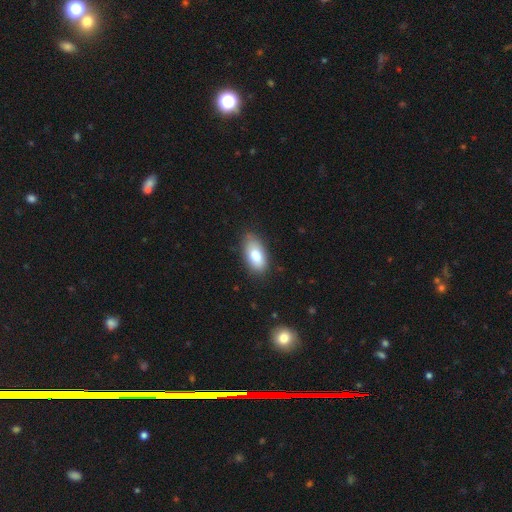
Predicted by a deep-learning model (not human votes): Q: Smooth or featured?
A: smooth (79%); runner-up: featured or disk (14%)
Q: How rounded?
A: in between (92%); runner-up: cigar-shaped (4%)
Q: Merging?
A: none (77%); runner-up: minor disturbance (18%)